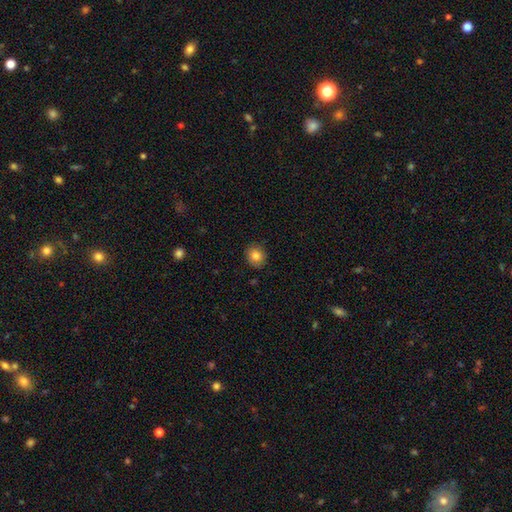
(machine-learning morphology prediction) smooth 83%, star or artifact 9%, featured or disk 7%. Down the decision tree: how rounded — round (71%); merging — none (88%).